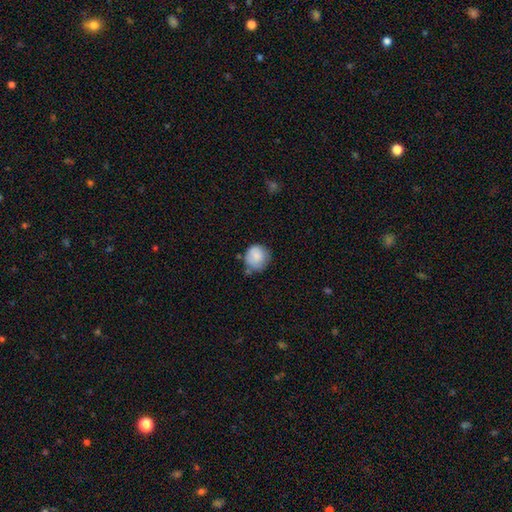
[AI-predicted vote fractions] Smooth or featured?
  - smooth: 81% *
  - featured or disk: 11%
  - star or artifact: 8%
How rounded?
  - round: 87% *
  - in between: 12%
  - cigar-shaped: 1%
Merging?
  - none: 58% *
  - minor disturbance: 28%
  - major disturbance: 8%
  - merger: 6%